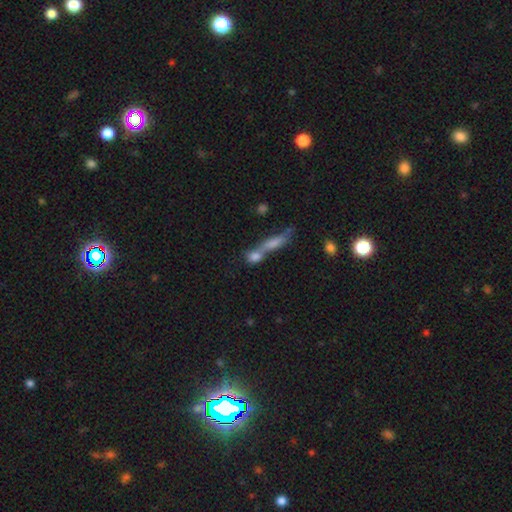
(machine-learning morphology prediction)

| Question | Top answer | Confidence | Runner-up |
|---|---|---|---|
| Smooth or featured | smooth | 60% | featured or disk (24%) |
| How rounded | cigar-shaped | 46% | in between (30%) |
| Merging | merger | 51% | none (35%) |